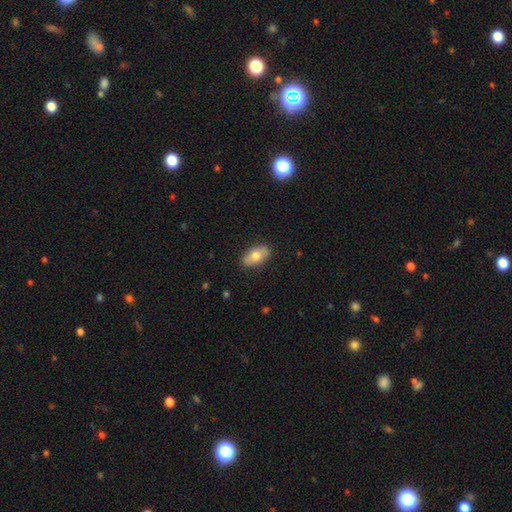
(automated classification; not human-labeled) smooth-or-featured: smooth: 70% | featured or disk: 23% | star or artifact: 6%
  how-rounded: in between: 92% | round: 6% | cigar-shaped: 3%
  merging: none: 86% | minor disturbance: 11% | major disturbance: 2% | merger: 1%